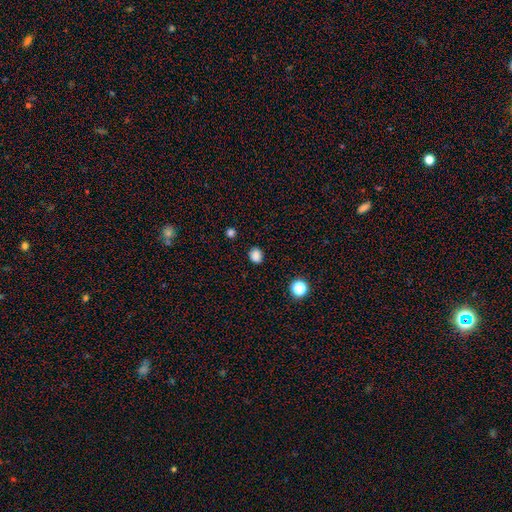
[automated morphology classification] smooth-or-featured: smooth: 83% | star or artifact: 13% | featured or disk: 3%
  how-rounded: round: 65% | in between: 34% | cigar-shaped: 1%
  merging: none: 86% | minor disturbance: 10% | major disturbance: 3% | merger: 2%